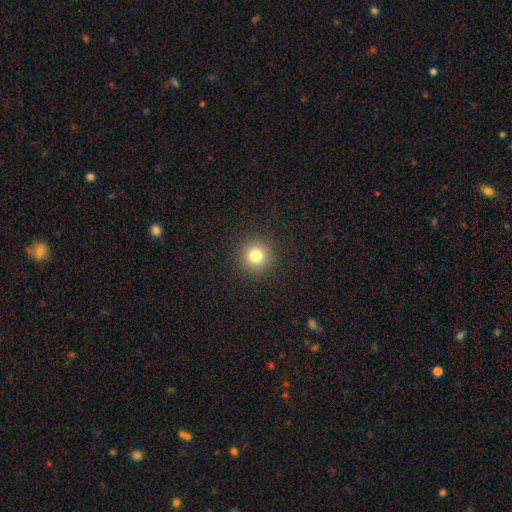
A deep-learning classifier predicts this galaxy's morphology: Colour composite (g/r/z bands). It shows a smooth galaxy with no disk features (80%) that is round (95%). Merging: none (92%).